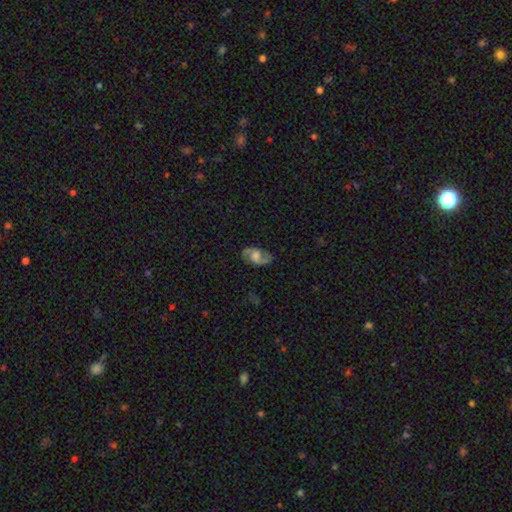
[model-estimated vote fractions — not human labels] Smooth or featured?
  - featured or disk: 80% *
  - smooth: 13%
  - star or artifact: 7%
Edge-on disk?
  - no: 97% *
  - yes: 3%
Bar?
  - no: 48% *
  - weak: 43%
  - strong: 10%
Spiral arms?
  - yes: 95% *
  - no: 5%
Spiral winding?
  - medium: 49% *
  - loose: 38%
  - tight: 14%
Spiral arm count?
  - 2: 93% *
  - can't tell: 3%
  - 1: 2%
  - 3: 1%
  - 4: 1%
  - more than 4: 1%
Bulge size?
  - moderate: 35% *
  - large: 24%
  - none: 21%
  - small: 17%
  - dominant: 2%
Merging?
  - none: 81% *
  - minor disturbance: 13%
  - major disturbance: 4%
  - merger: 1%